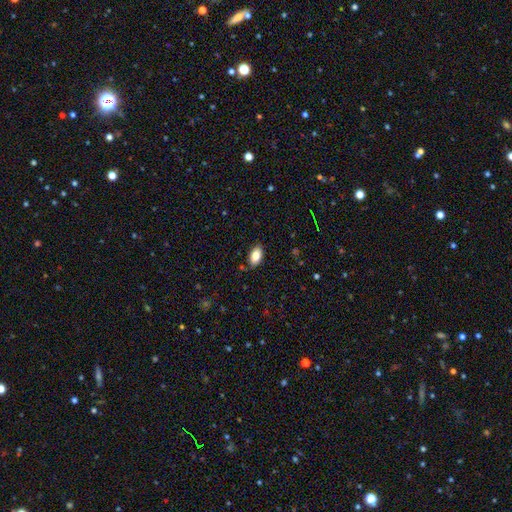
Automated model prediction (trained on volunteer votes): Smooth or featured?
  - smooth: 83% *
  - featured or disk: 10%
  - star or artifact: 8%
How rounded?
  - in between: 93% *
  - round: 4%
  - cigar-shaped: 3%
Merging?
  - none: 84% *
  - minor disturbance: 12%
  - major disturbance: 2%
  - merger: 1%